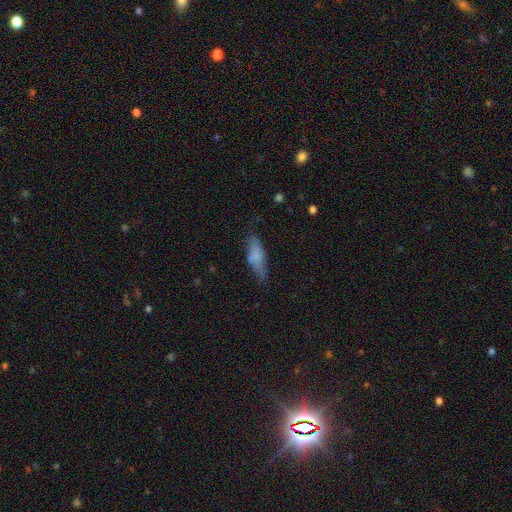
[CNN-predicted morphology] Q: Smooth or featured?
A: smooth (70%); runner-up: featured or disk (22%)
Q: How rounded?
A: in between (52%); runner-up: cigar-shaped (45%)
Q: Merging?
A: none (61%); runner-up: minor disturbance (27%)